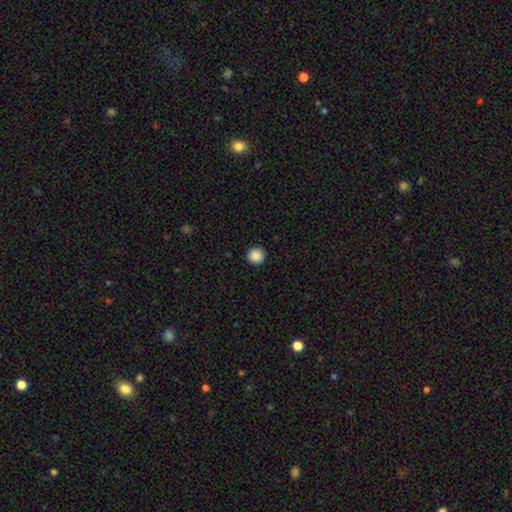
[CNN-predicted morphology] Smooth or featured?
  - smooth: 88% *
  - star or artifact: 9%
  - featured or disk: 2%
How rounded?
  - round: 96% *
  - in between: 3%
  - cigar-shaped: 1%
Merging?
  - none: 93% *
  - minor disturbance: 5%
  - major disturbance: 2%
  - merger: 1%